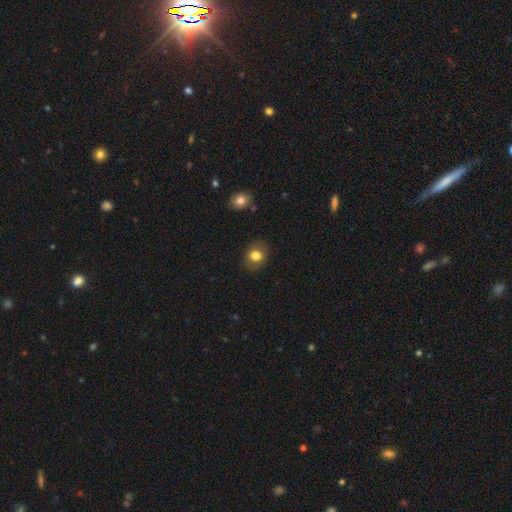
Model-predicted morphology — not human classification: This appears to be a smooth galaxy with no disk features (78%) that is round (54%). Merging: none (85%).